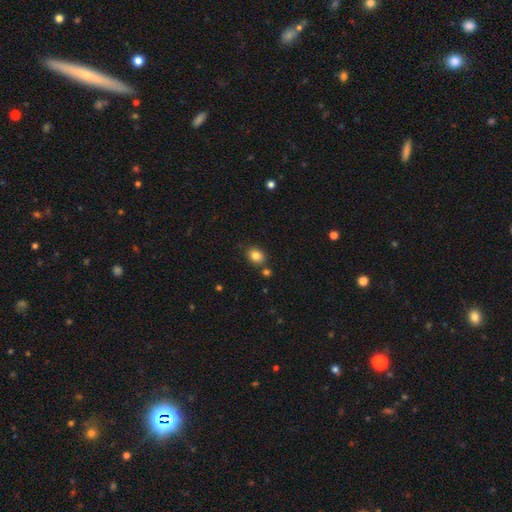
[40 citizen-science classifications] smooth_or_featured: smooth (p=0.95) [alt: featured or disk p=0.03]
how_rounded: in between (p=0.66) [alt: round p=0.32]
merging: none (p=0.87) [alt: merger p=0.08]